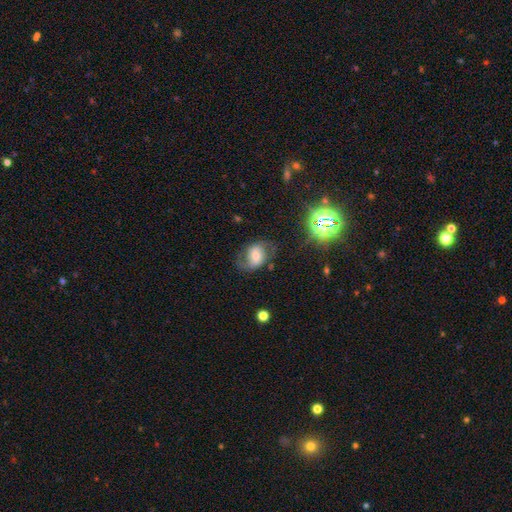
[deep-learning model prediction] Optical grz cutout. It shows a featured or disk galaxy (55%) with a weak bar (42%), spiral arms (82%) and a moderate central bulge (49%). Merging: none (62%).